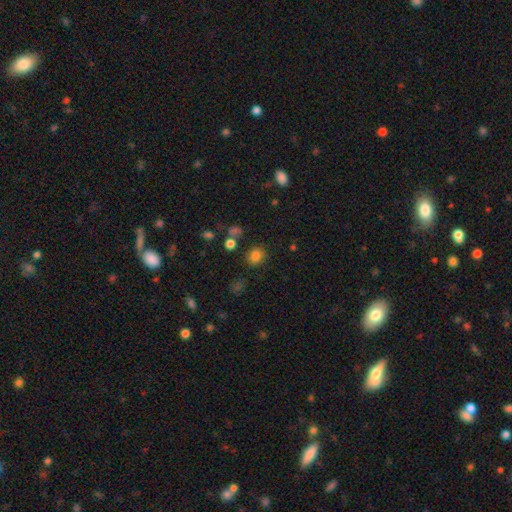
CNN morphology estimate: Q: Smooth or featured?
A: smooth (81%); runner-up: star or artifact (14%)
Q: How rounded?
A: round (67%); runner-up: in between (32%)
Q: Merging?
A: none (80%); runner-up: minor disturbance (11%)